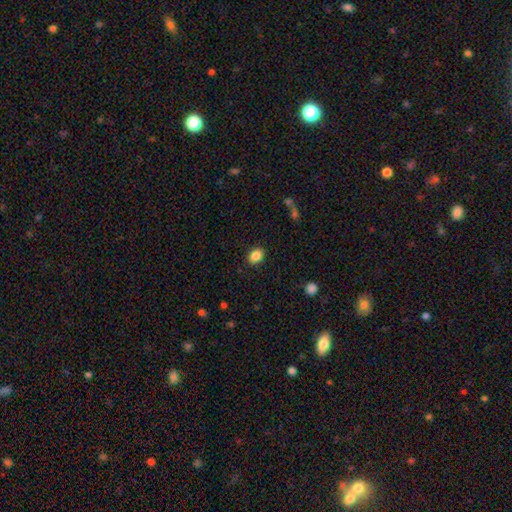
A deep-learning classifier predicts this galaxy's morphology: The model was most divided on "how rounded": in between: 63%, round: 36%, cigar-shaped: 1%. More confident: merging — none (88%); smooth or featured — smooth (87%).